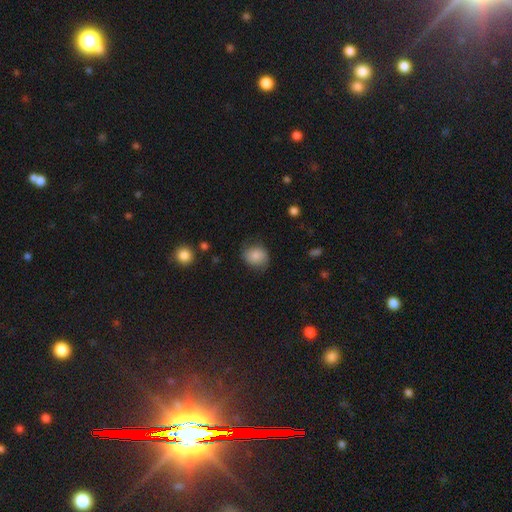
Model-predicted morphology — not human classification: Smooth or featured? smooth (81%)
How rounded? round (64%)
Merging? none (71%)